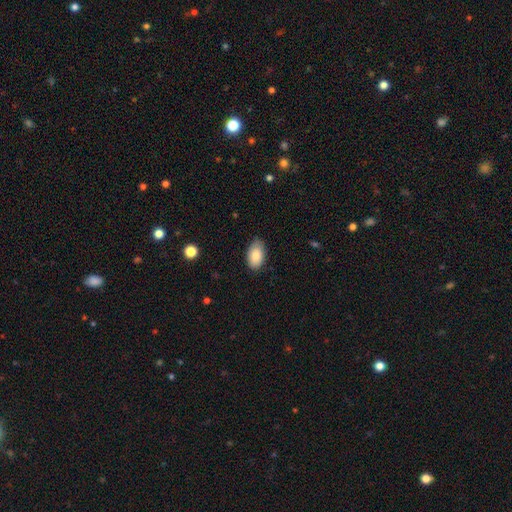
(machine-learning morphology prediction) smooth 84%, featured or disk 9%, star or artifact 7%. Down the decision tree: how rounded — in between (94%); merging — none (80%).